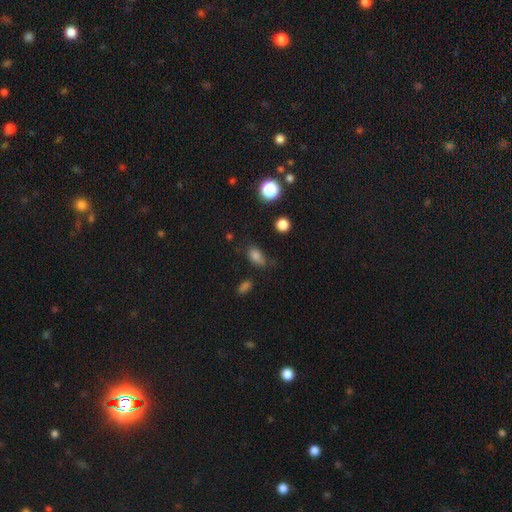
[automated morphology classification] A smooth galaxy with no disk features (79%) that is in between round and cigar-shaped (82%).

Vote fractions:
- Smooth or featured? smooth: 79% / star or artifact: 14% / featured or disk: 7%
- How rounded? in between: 82% / round: 15% / cigar-shaped: 3%
- Merging? none: 59% / minor disturbance: 27% / major disturbance: 10% / merger: 5%